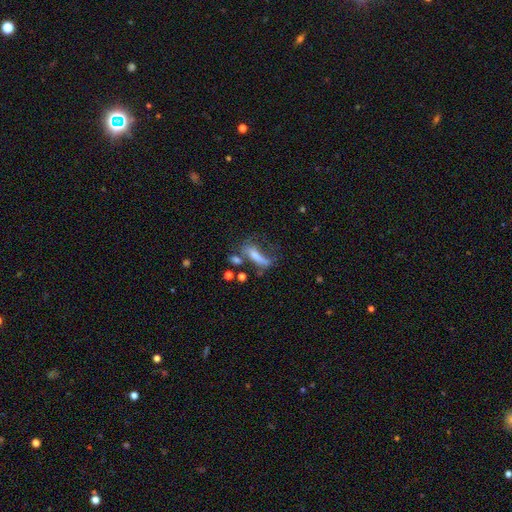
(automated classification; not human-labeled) A smooth galaxy with no disk features (45%).

Vote fractions:
- Smooth or featured? smooth: 45% / featured or disk: 42% / star or artifact: 13%
- Merging? major disturbance: 34% / none: 29% / minor disturbance: 20% / merger: 16%